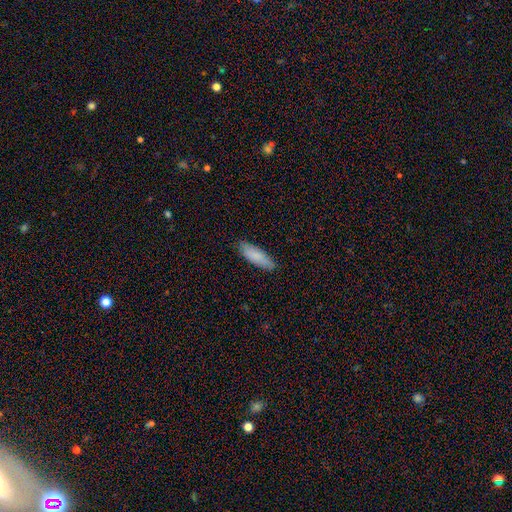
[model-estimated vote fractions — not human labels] Overall: smooth (85%). How rounded: in between (53%; cigar-shaped 45%). Merging: none (84%).